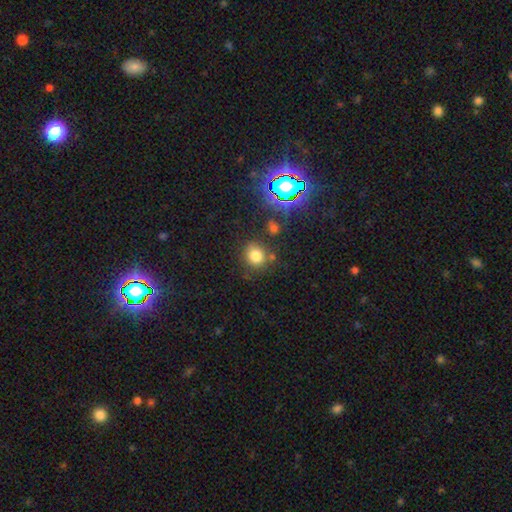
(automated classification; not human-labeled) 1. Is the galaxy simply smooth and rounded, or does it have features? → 75% smooth, 18% star or artifact, 7% featured or disk.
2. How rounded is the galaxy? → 78% round, 21% in between, 1% cigar-shaped.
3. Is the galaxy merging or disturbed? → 73% none, 13% minor disturbance, 9% merger, 5% major disturbance.